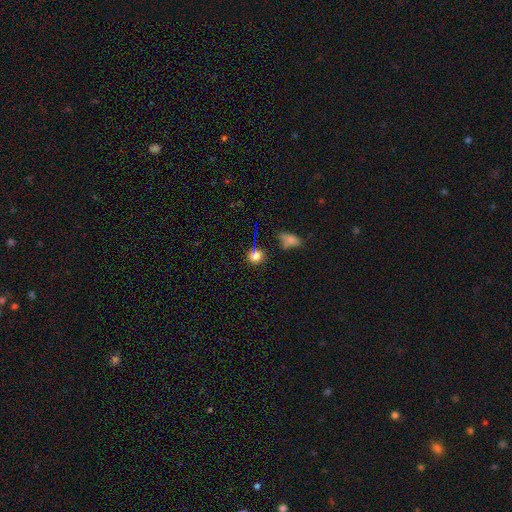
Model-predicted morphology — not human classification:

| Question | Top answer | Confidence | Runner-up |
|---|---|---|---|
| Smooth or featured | smooth | 71% | star or artifact (21%) |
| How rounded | round | 78% | in between (20%) |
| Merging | none | 73% | minor disturbance (14%) |